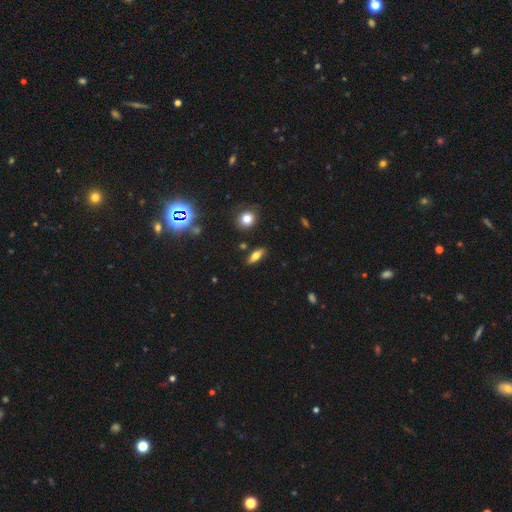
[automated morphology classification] type=smooth (62%); roundness=in between (61%); merging=none (85%).